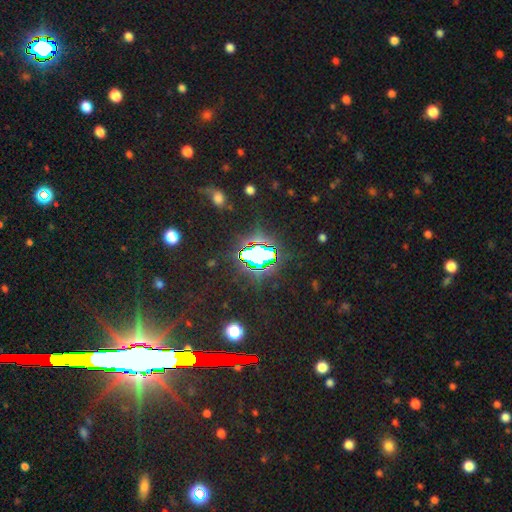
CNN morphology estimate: Smooth or featured: star or artifact — 73% (smooth — 17%)